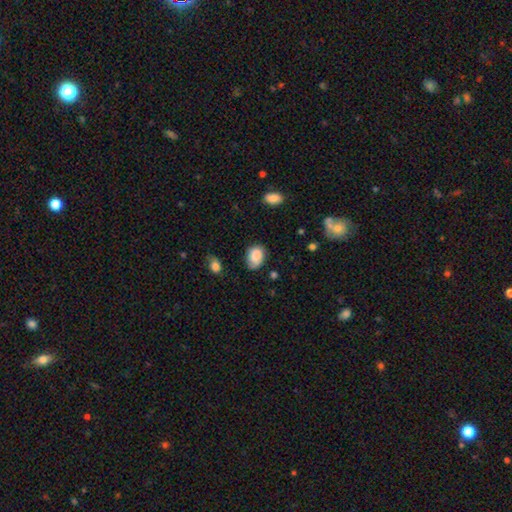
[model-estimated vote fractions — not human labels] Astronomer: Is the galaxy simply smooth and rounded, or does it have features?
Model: smooth — 83%.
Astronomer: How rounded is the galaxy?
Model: in between — 74%.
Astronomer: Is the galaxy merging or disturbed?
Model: none — 61%.